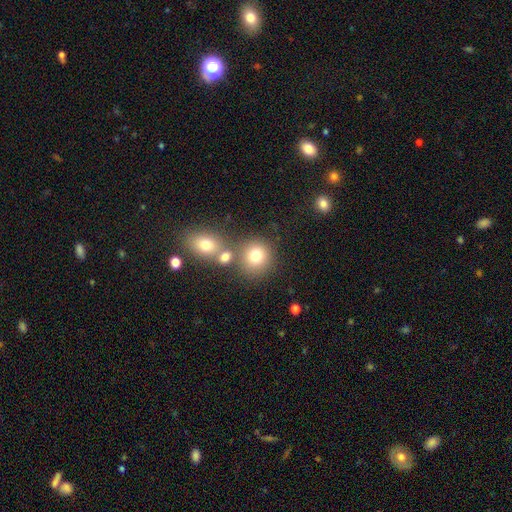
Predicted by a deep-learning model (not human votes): Overall: smooth (78%). How rounded: round (86%). Merging: none (63%; merger 24%).